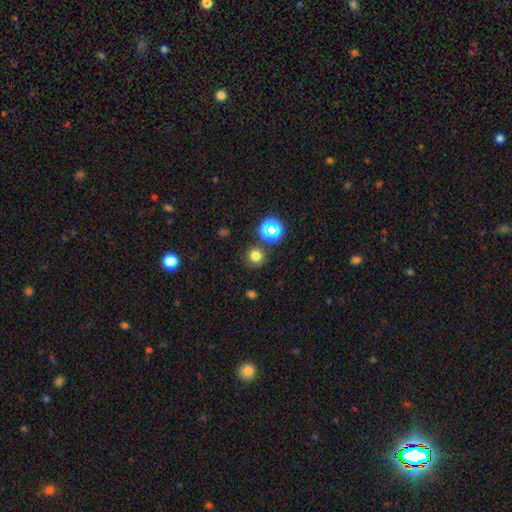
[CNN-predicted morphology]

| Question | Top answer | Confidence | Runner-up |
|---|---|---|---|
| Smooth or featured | smooth | 73% | star or artifact (21%) |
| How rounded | round | 91% | in between (8%) |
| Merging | none | 84% | minor disturbance (8%) |